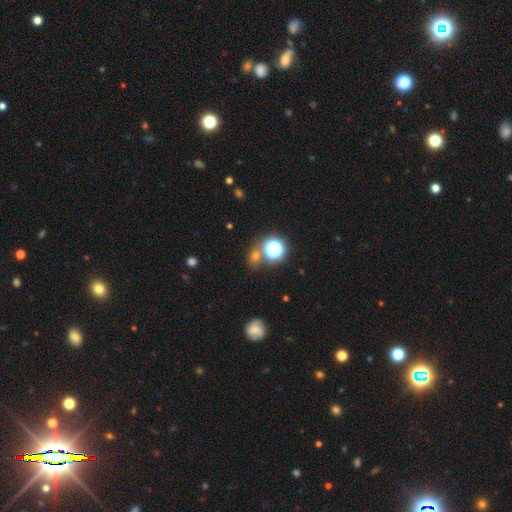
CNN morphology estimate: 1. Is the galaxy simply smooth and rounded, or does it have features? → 56% smooth, 35% star or artifact, 8% featured or disk.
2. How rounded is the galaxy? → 74% round, 24% in between, 2% cigar-shaped.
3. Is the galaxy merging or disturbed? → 70% none, 15% merger, 11% minor disturbance, 5% major disturbance.